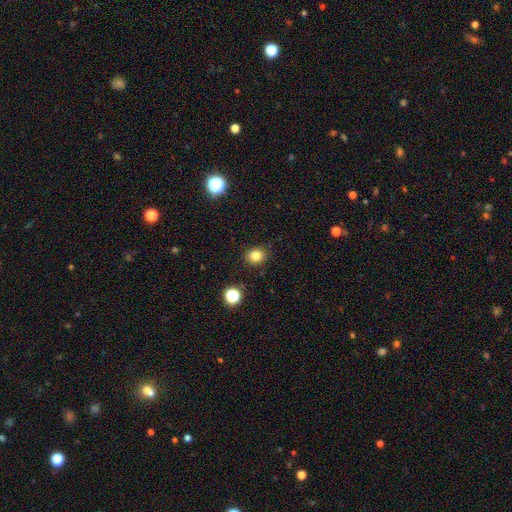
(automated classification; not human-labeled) Smooth or featured: smooth — 81% (star or artifact — 13%)
How rounded: round — 72% (in between — 27%)
Merging: none — 88% (minor disturbance — 8%)